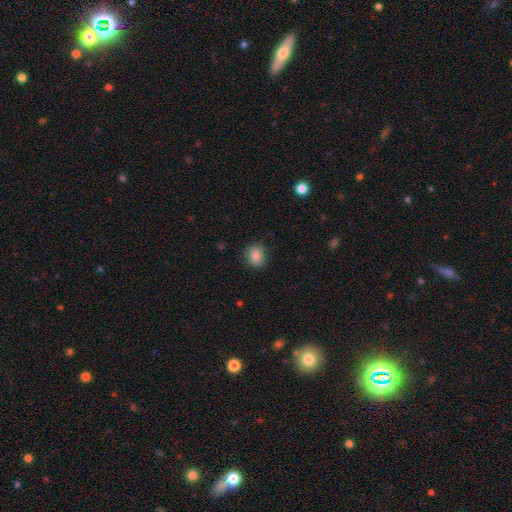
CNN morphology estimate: smooth 82%, star or artifact 9%, featured or disk 8%. Down the decision tree: how rounded — round (62%); merging — none (84%).